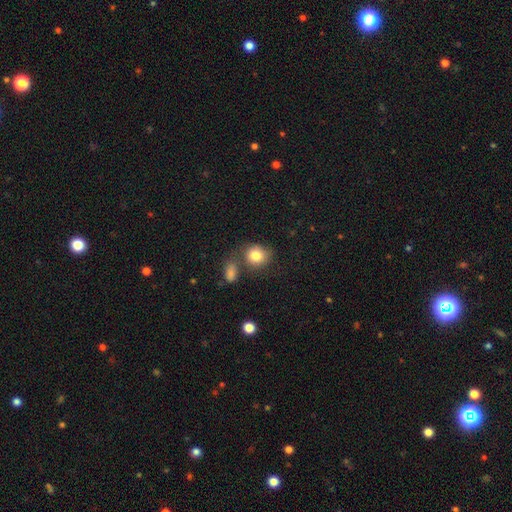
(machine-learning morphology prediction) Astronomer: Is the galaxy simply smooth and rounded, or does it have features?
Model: smooth — 83%.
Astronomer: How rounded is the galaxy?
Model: round — 72%.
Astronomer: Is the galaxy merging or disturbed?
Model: none — 57%.